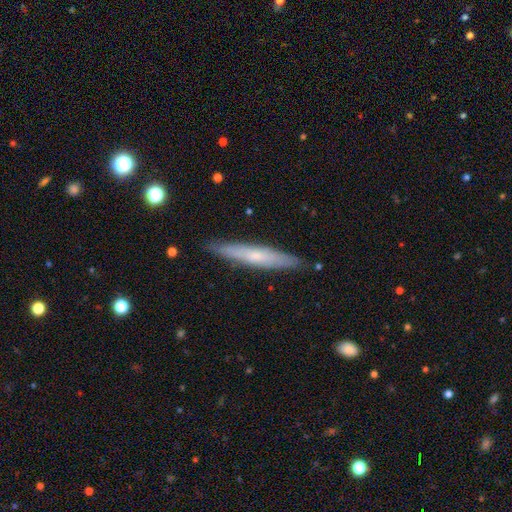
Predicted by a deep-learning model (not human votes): Q: Smooth or featured?
A: smooth (47%); tied with: featured or disk (47%)
Q: Merging?
A: none (88%); runner-up: minor disturbance (9%)